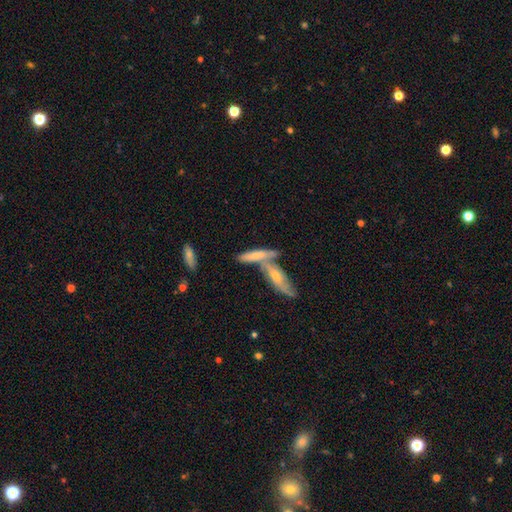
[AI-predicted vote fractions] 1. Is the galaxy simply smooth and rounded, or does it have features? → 59% smooth, 35% featured or disk, 6% star or artifact.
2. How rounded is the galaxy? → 69% cigar-shaped, 29% in between, 2% round.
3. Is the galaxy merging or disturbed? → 48% merger, 37% none, 11% minor disturbance, 4% major disturbance.